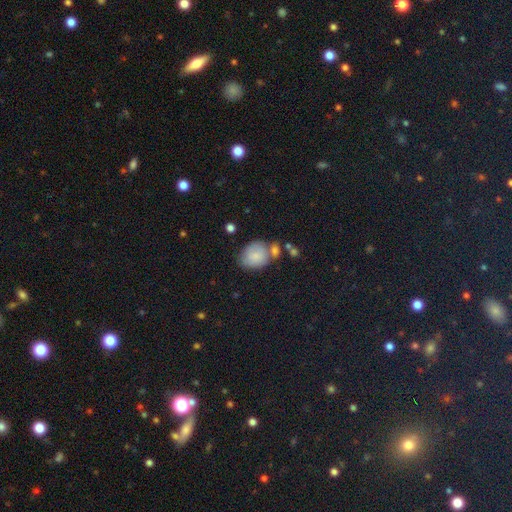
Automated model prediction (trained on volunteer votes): smooth 81%, featured or disk 11%, star or artifact 7%. Down the decision tree: how rounded — in between (54%); merging — none (50%).